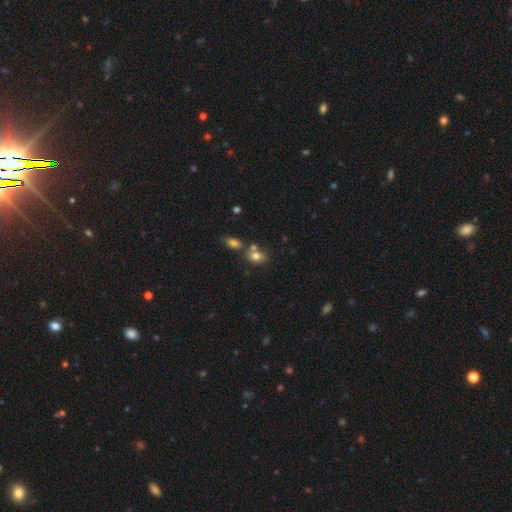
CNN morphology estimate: A smooth galaxy with no disk features (77%) that is in between round and cigar-shaped (64%).

Vote fractions:
- Smooth or featured? smooth: 77% / featured or disk: 12% / star or artifact: 11%
- How rounded? in between: 64% / round: 34% / cigar-shaped: 2%
- Merging? none: 48% / merger: 34% / minor disturbance: 13% / major disturbance: 4%